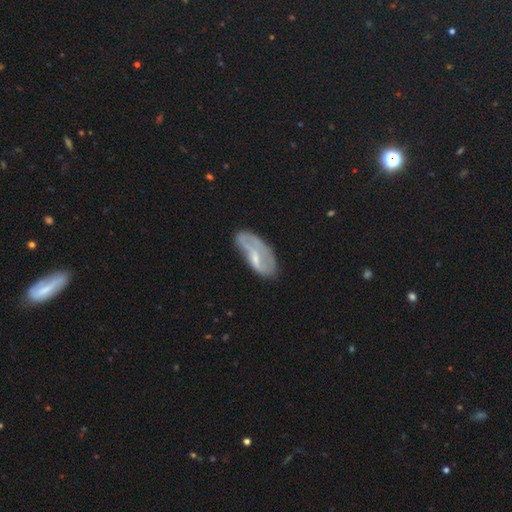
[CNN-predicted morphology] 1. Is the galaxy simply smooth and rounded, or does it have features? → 55% featured or disk, 38% smooth, 7% star or artifact.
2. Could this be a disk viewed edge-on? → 90% no, 10% yes.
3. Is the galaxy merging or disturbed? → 46% none, 30% minor disturbance, 21% major disturbance, 4% merger.